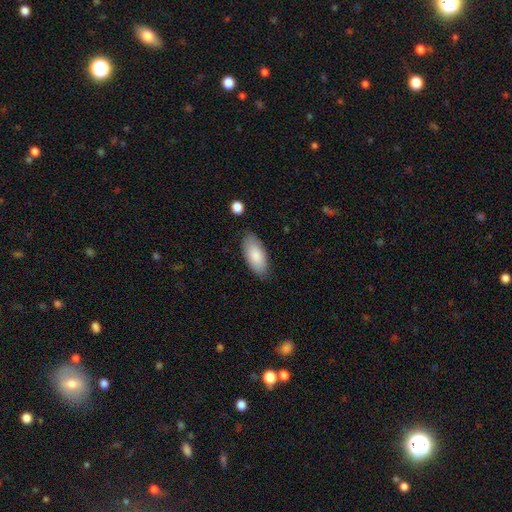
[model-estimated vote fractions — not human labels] A smooth galaxy with no disk features (85%) that is in between round and cigar-shaped (91%).

Vote fractions:
- Smooth or featured? smooth: 85% / featured or disk: 9% / star or artifact: 6%
- How rounded? in between: 91% / cigar-shaped: 8% / round: 2%
- Merging? none: 83% / minor disturbance: 12% / major disturbance: 3% / merger: 2%